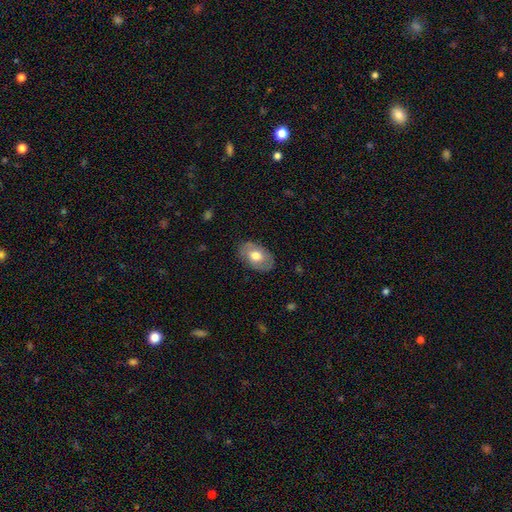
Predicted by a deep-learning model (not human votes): The model was most divided on "smooth or featured": smooth: 60%, featured or disk: 34%, star or artifact: 6%. More confident: how rounded — in between (88%); merging — none (81%).